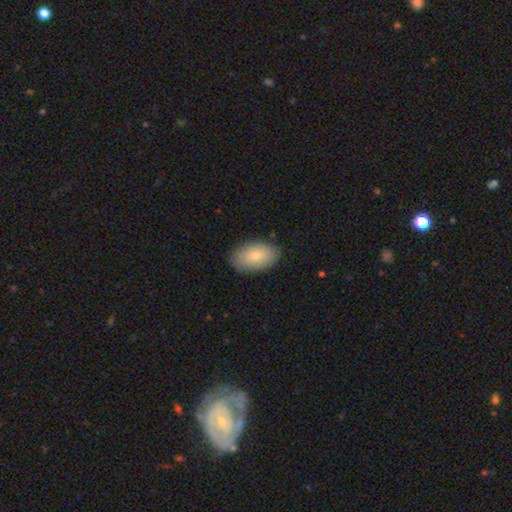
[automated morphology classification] Q: Smooth or featured?
A: smooth (81%); runner-up: featured or disk (13%)
Q: How rounded?
A: in between (94%); runner-up: round (5%)
Q: Merging?
A: none (85%); runner-up: minor disturbance (12%)